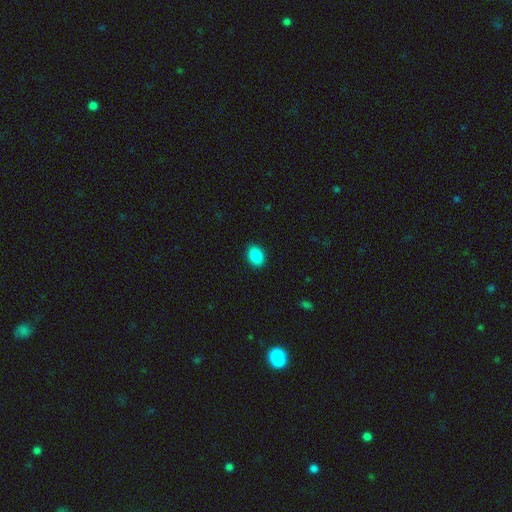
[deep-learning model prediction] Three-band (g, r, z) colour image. It shows a smooth galaxy with no disk features (89%) that is in between round and cigar-shaped (78%). Merging: none (90%).